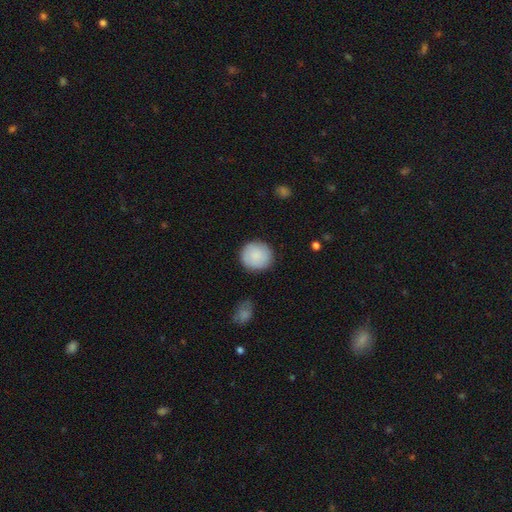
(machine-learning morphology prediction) A smooth galaxy with no disk features (86%) that is round (91%). Merging: none (88%).